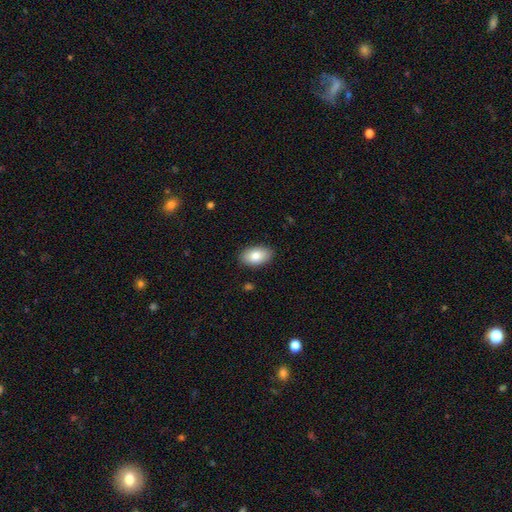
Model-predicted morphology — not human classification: Smooth or featured? smooth (83%)
How rounded? in between (94%)
Merging? none (88%)